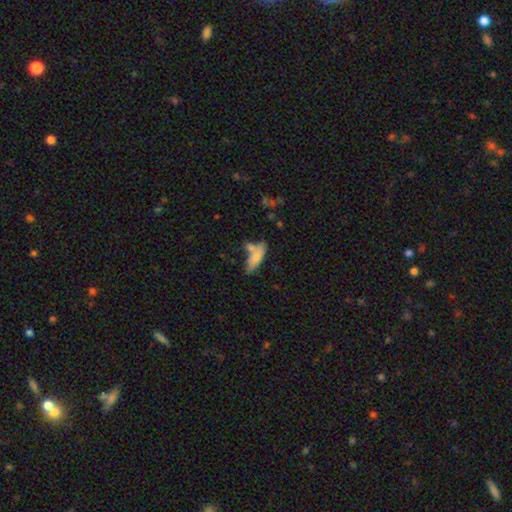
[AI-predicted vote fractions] A smooth galaxy with no disk features (76%) that is in between round and cigar-shaped (56%). Merging: none (46%).